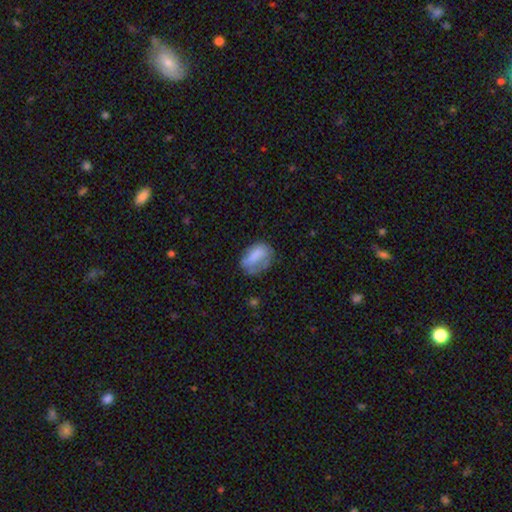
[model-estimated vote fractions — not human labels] smooth_or_featured: smooth (p=0.72) [alt: featured or disk p=0.19]
how_rounded: in between (p=0.81) [alt: round p=0.17]
merging: none (p=0.48) [alt: minor disturbance p=0.31]